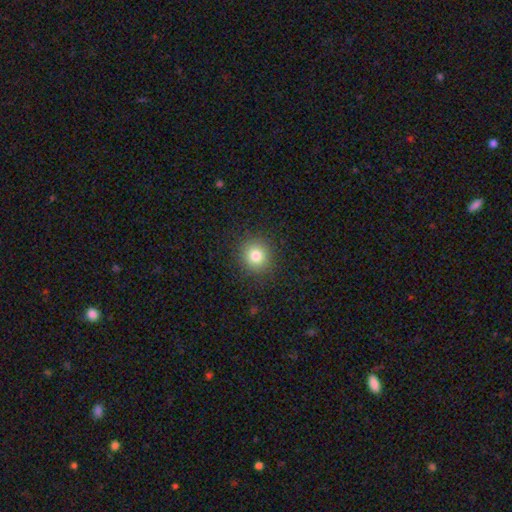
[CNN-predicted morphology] Smooth or featured? smooth (81%)
How rounded? round (90%)
Merging? none (90%)